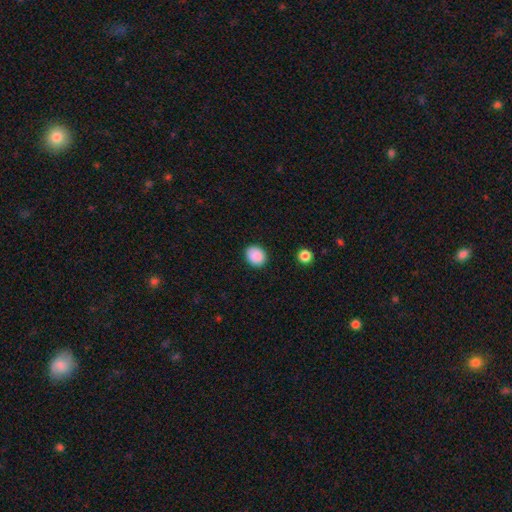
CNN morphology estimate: Smooth or featured? Predicted: smooth (p=0.89). How rounded? Predicted: round (p=0.62). Merging? Predicted: none (p=0.88).